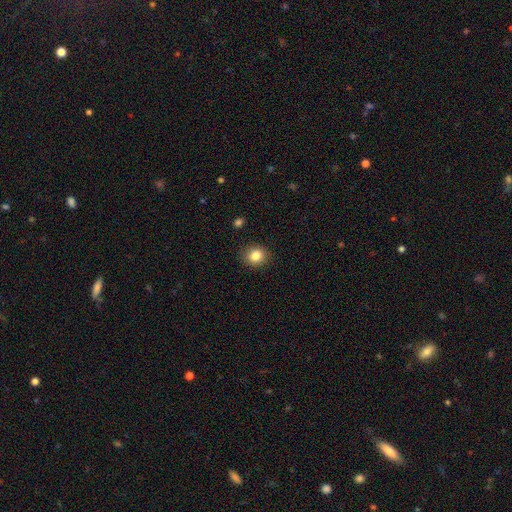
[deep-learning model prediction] Smooth or featured? smooth (84%)
How rounded? round (76%)
Merging? none (89%)